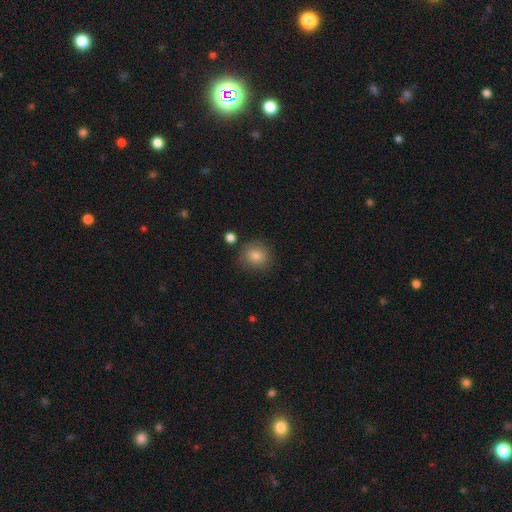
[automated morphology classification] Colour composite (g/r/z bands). It shows a smooth galaxy with no disk features (81%) that is round (84%). Merging: none (81%).